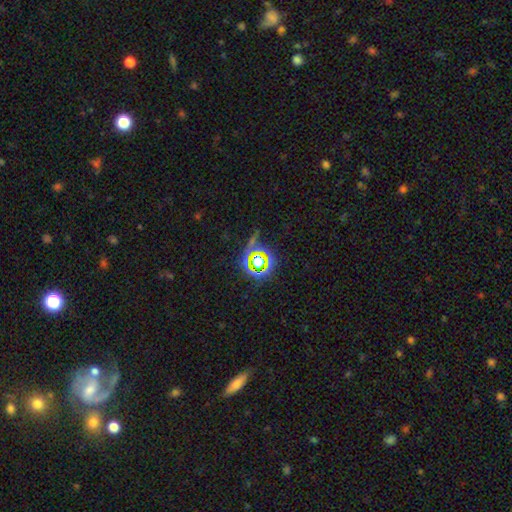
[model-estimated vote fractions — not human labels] Morphology: type=star or artifact (64%).